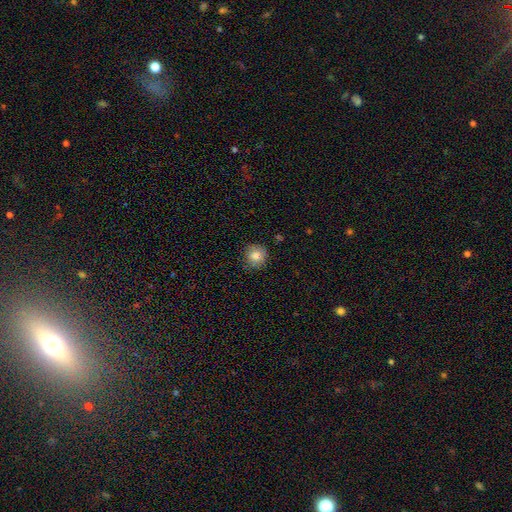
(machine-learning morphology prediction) Smooth or featured?
  - smooth: 83% *
  - star or artifact: 10%
  - featured or disk: 8%
How rounded?
  - round: 93% *
  - in between: 6%
  - cigar-shaped: 1%
Merging?
  - none: 86% *
  - minor disturbance: 11%
  - major disturbance: 2%
  - merger: 1%